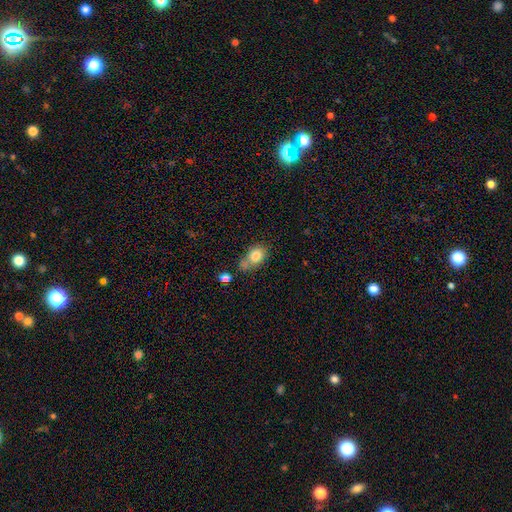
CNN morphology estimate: Smooth or featured: smooth — 81% (featured or disk — 11%)
How rounded: in between — 64% (round — 34%)
Merging: none — 44% (merger — 27%)